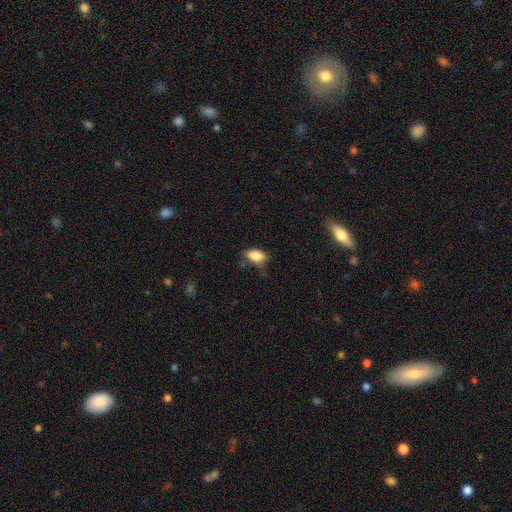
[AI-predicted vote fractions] A smooth galaxy with no disk features (84%) that is in between round and cigar-shaped (90%). Merging: none (55%).